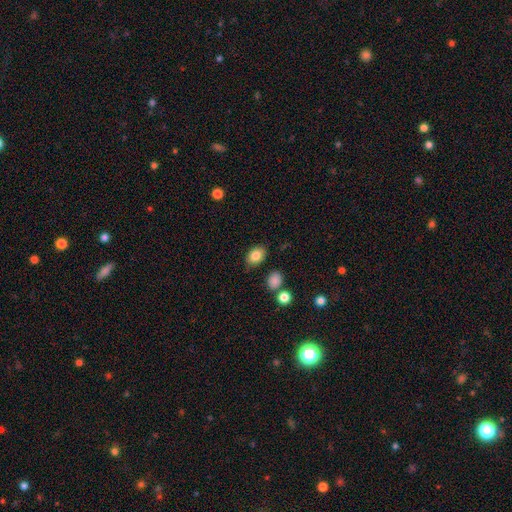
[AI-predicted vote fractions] The model was most divided on "how rounded": in between: 77%, round: 22%, cigar-shaped: 1%. More confident: smooth or featured — smooth (84%); merging — none (81%).